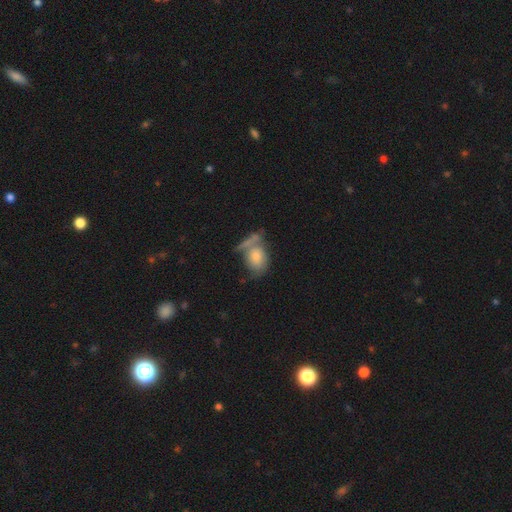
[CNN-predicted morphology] Smooth or featured: smooth — 67% (featured or disk — 23%)
How rounded: in between — 65% (round — 32%)
Merging: none — 44% (merger — 29%)